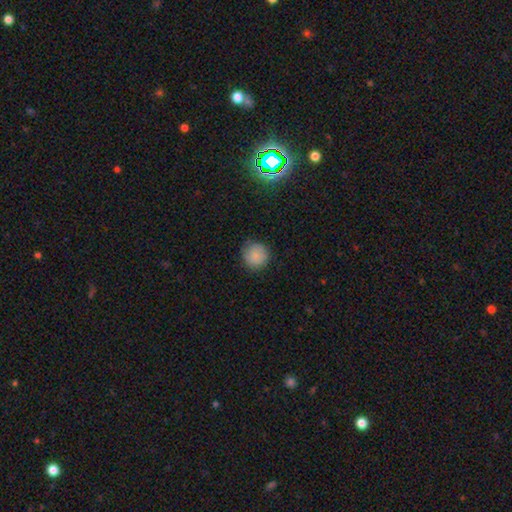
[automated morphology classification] Smooth or featured: smooth — 84% (star or artifact — 9%)
How rounded: round — 93% (in between — 6%)
Merging: none — 82% (minor disturbance — 14%)